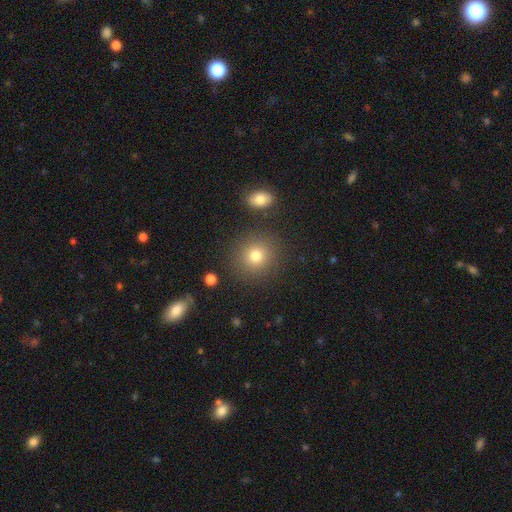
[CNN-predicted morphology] smooth 78%, star or artifact 13%, featured or disk 9%. Down the decision tree: how rounded — round (89%); merging — none (86%).